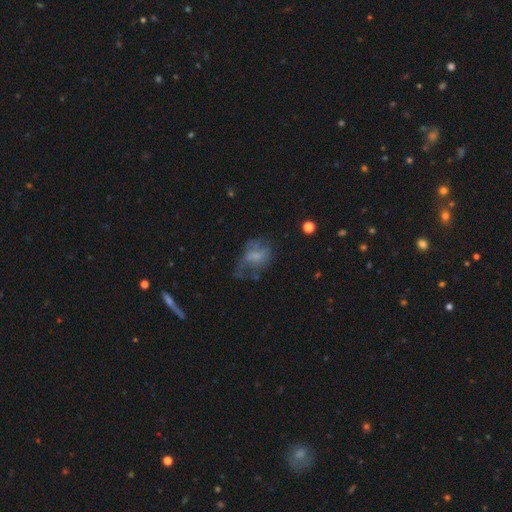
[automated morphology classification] Smooth or featured: smooth — 44% (featured or disk — 42%)
Merging: major disturbance — 38% (none — 33%)